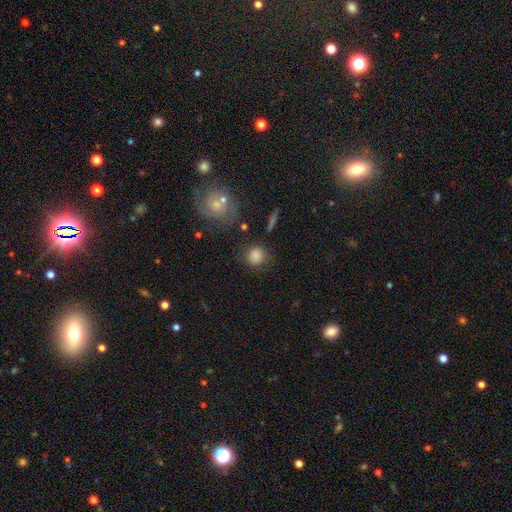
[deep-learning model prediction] A smooth galaxy with no disk features (82%) that is round (86%). Merging: none (73%).